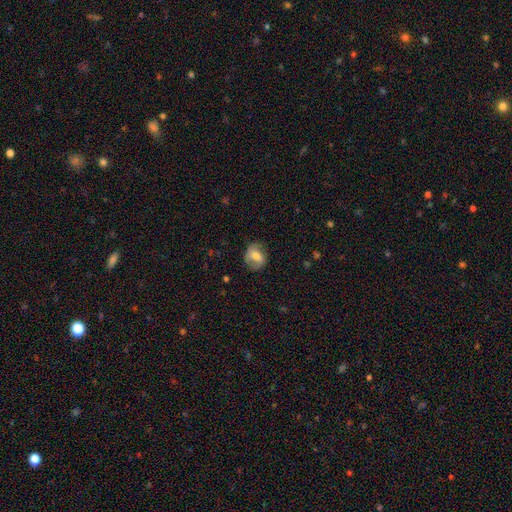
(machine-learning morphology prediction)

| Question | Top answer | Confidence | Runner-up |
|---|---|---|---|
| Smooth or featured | smooth | 58% | featured or disk (34%) |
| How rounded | round | 53% | in between (46%) |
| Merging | none | 66% | minor disturbance (23%) |